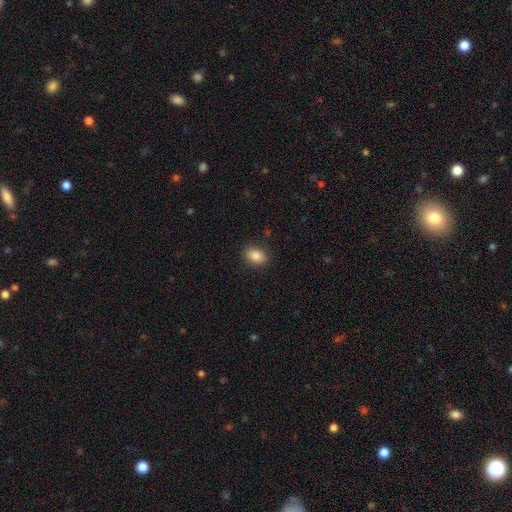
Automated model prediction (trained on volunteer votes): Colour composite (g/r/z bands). It shows a smooth galaxy with no disk features (85%) that is in between round and cigar-shaped (74%). Merging: none (88%).